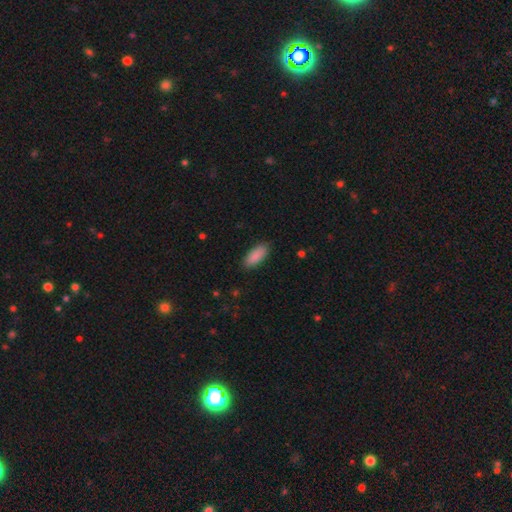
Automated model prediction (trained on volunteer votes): A smooth galaxy with no disk features (90%) that is in between round and cigar-shaped (81%). Merging: none (88%).